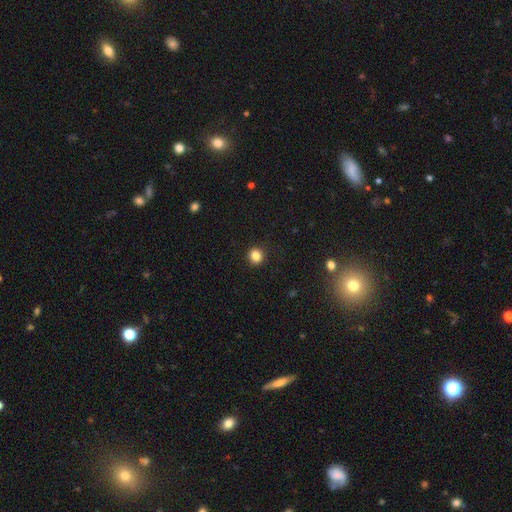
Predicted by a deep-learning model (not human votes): A smooth galaxy with no disk features (84%) that is round (90%). Merging: none (92%).